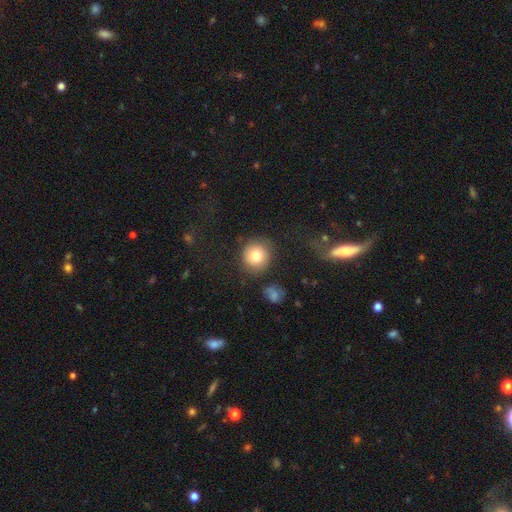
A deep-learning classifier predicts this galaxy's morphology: This is clearly a smooth galaxy (81%). How rounded: clearly round (90%). Merging: clearly none (82%).